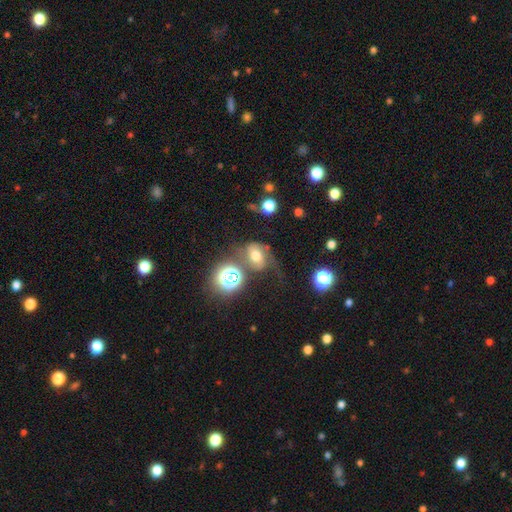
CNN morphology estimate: Overall: smooth (45%; featured or disk 35%). Merging: none (38%; major disturbance 27%).